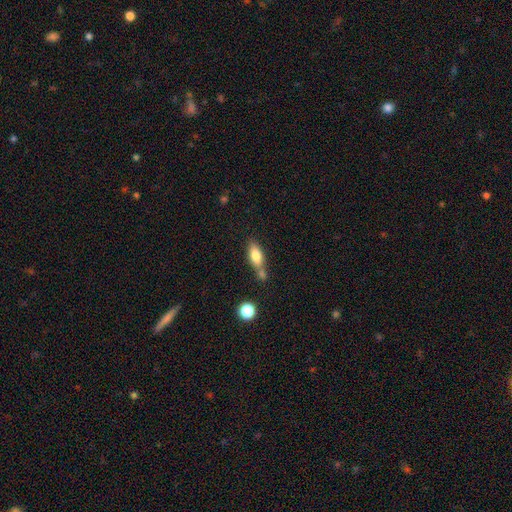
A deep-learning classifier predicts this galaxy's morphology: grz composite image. It shows a smooth galaxy with no disk features (77%) that is in between round and cigar-shaped (76%). Merging: none (45%).